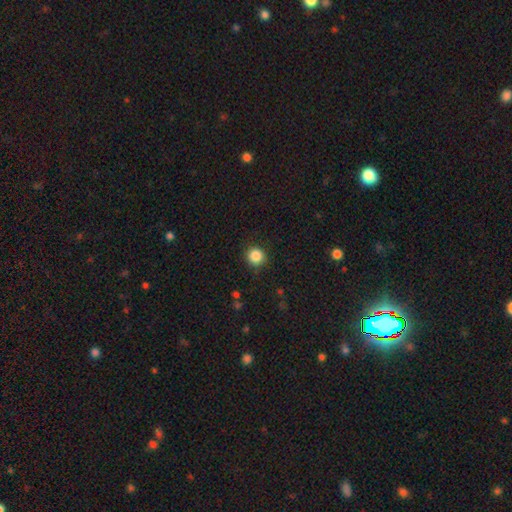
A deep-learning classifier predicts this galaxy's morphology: type=smooth (86%); roundness=round (93%); merging=none (89%).